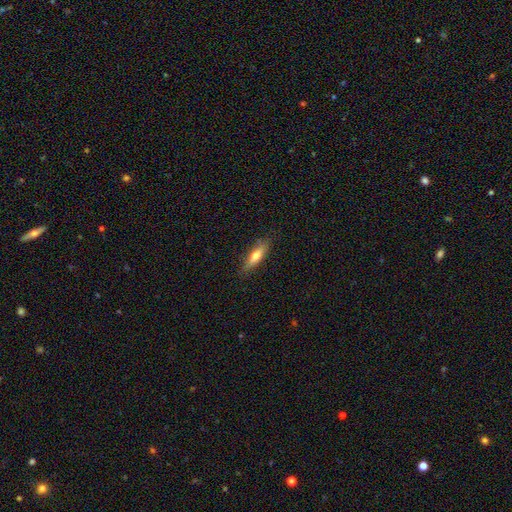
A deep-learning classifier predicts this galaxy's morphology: A smooth galaxy with no disk features (63%) that is cigar-shaped (62%).

Vote fractions:
- Smooth or featured? smooth: 63% / featured or disk: 31% / star or artifact: 6%
- How rounded? cigar-shaped: 62% / in between: 36% / round: 2%
- Merging? none: 84% / minor disturbance: 12% / major disturbance: 2% / merger: 1%